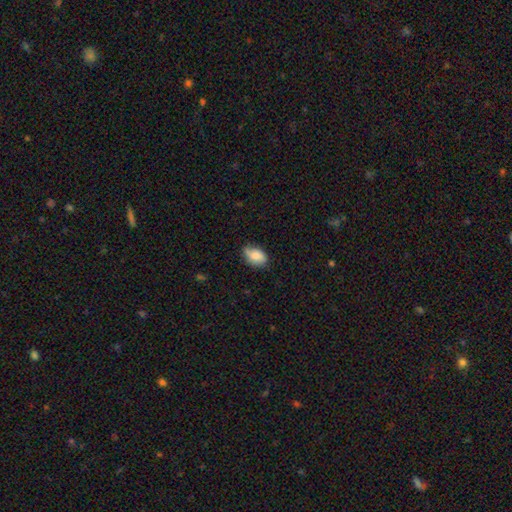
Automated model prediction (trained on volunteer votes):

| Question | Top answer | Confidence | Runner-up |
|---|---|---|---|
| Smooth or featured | smooth | 80% | featured or disk (13%) |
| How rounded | in between | 87% | round (11%) |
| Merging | none | 62% | minor disturbance (31%) |